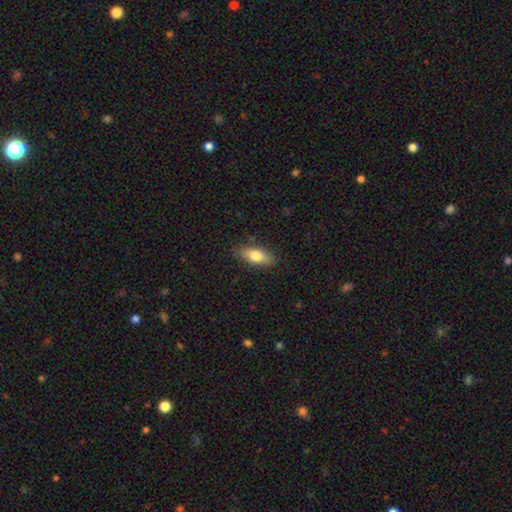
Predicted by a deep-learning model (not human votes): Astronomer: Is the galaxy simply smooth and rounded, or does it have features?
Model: smooth — 75%.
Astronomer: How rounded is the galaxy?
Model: in between — 76%.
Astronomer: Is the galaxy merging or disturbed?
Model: none — 85%.